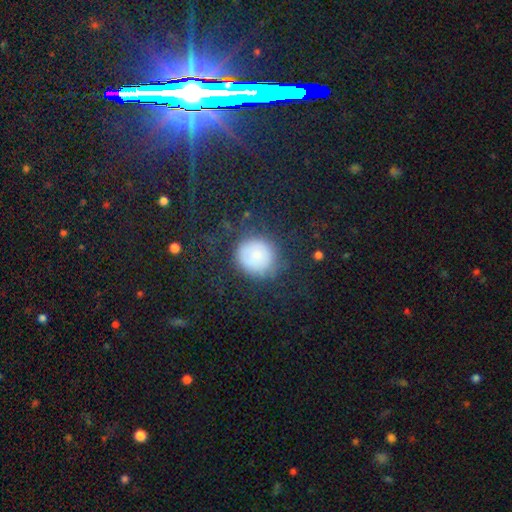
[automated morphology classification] type=smooth (75%); roundness=round (88%); merging=none (68%).